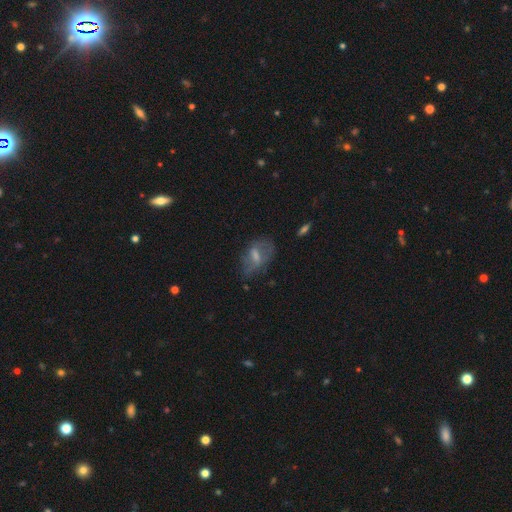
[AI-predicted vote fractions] Morphology: type=featured or disk (46%); merging=none (58%).